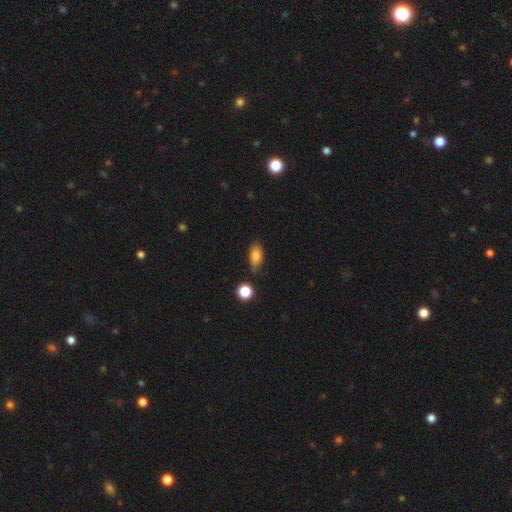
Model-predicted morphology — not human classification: Smooth or featured? smooth (81%)
How rounded? in between (87%)
Merging? none (74%)